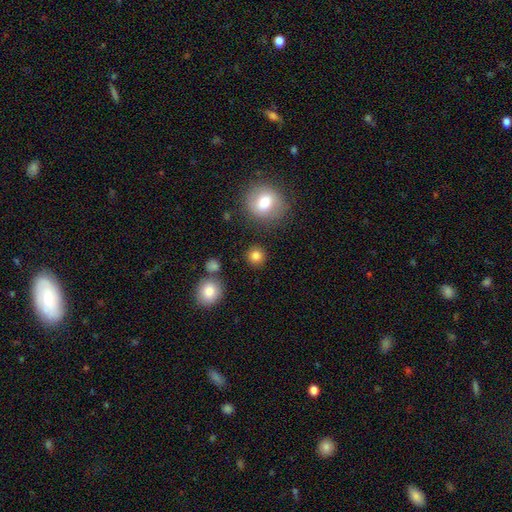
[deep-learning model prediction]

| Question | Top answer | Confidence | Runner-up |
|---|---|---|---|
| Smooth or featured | smooth | 84% | star or artifact (11%) |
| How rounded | round | 92% | in between (7%) |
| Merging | none | 87% | minor disturbance (7%) |